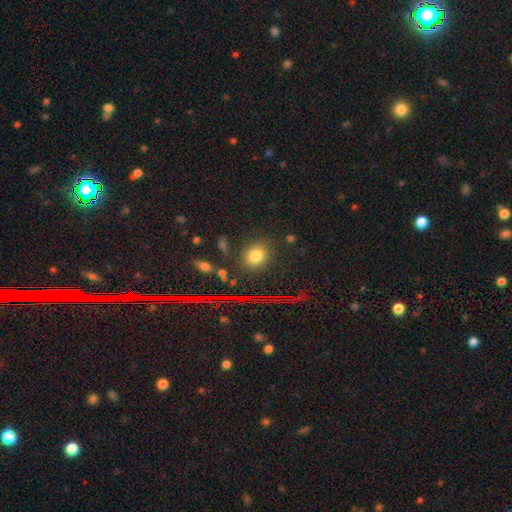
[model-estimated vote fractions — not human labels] A smooth galaxy with no disk features (73%) that is round (62%). Merging: none (82%).